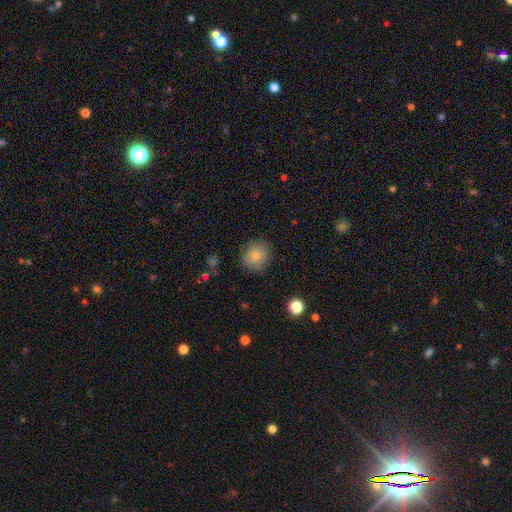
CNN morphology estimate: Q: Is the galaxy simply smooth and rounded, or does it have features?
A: smooth — 82%.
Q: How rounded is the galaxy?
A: round — 89%.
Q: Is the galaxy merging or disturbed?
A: none — 85%.